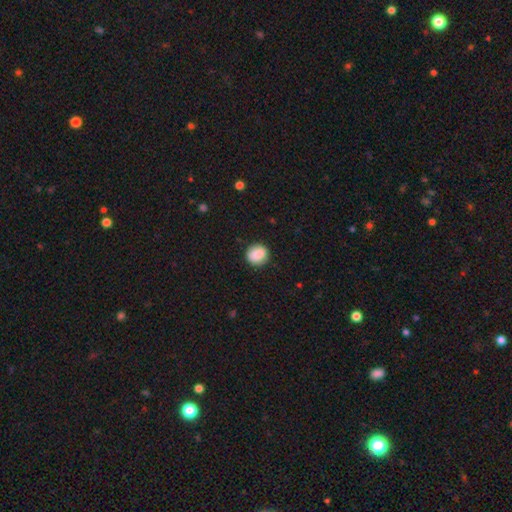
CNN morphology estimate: This appears to be a smooth galaxy with no disk features (89%) that is round (79%). Merging: none (88%).